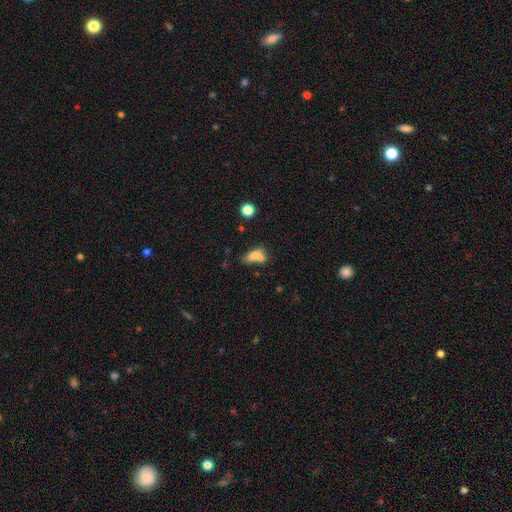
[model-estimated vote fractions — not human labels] smooth_or_featured: smooth (p=0.69) [alt: featured or disk p=0.19]
how_rounded: in between (p=0.72) [alt: round p=0.16]
merging: merger (p=0.49) [alt: none p=0.30]